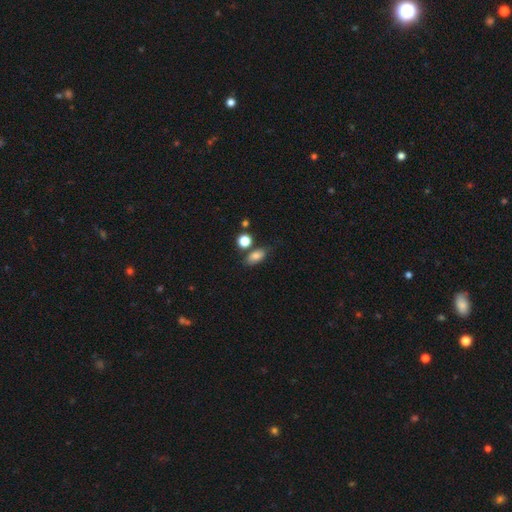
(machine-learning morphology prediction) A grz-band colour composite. It shows a smooth galaxy with no disk features (79%) that is in between round and cigar-shaped (84%). Merging: none (67%).